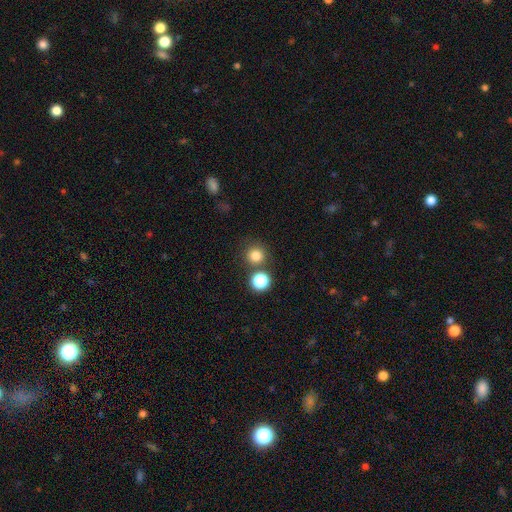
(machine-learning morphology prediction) Smooth or featured?
  - smooth: 80% *
  - star or artifact: 15%
  - featured or disk: 5%
How rounded?
  - round: 93% *
  - in between: 6%
  - cigar-shaped: 1%
Merging?
  - none: 77% *
  - merger: 12%
  - minor disturbance: 7%
  - major disturbance: 3%